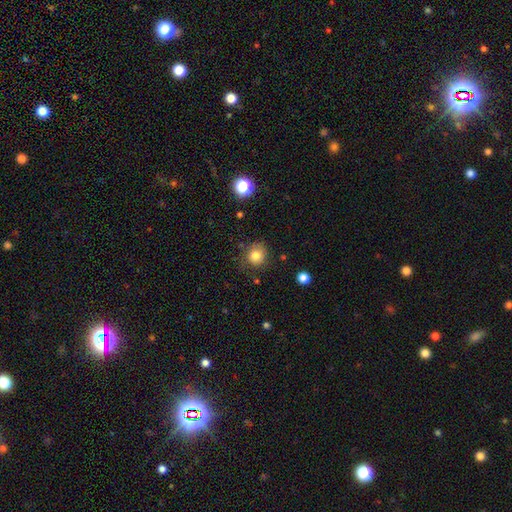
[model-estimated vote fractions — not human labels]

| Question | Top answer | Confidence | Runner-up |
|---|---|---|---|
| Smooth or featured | smooth | 81% | star or artifact (12%) |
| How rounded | round | 82% | in between (17%) |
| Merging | none | 75% | minor disturbance (18%) |